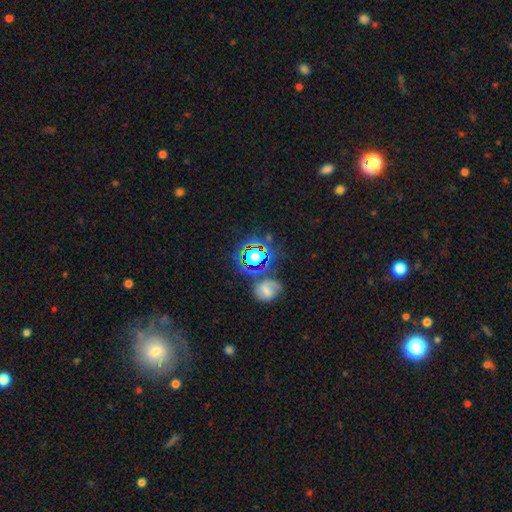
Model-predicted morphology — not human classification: type=star or artifact (51%).